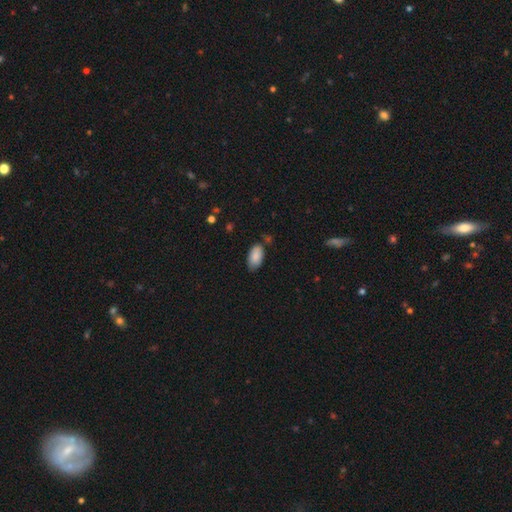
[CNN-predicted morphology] smooth-or-featured: smooth: 87% | featured or disk: 7% | star or artifact: 7%
  how-rounded: in between: 95% | round: 3% | cigar-shaped: 2%
  merging: none: 71% | minor disturbance: 21% | merger: 4% | major disturbance: 4%